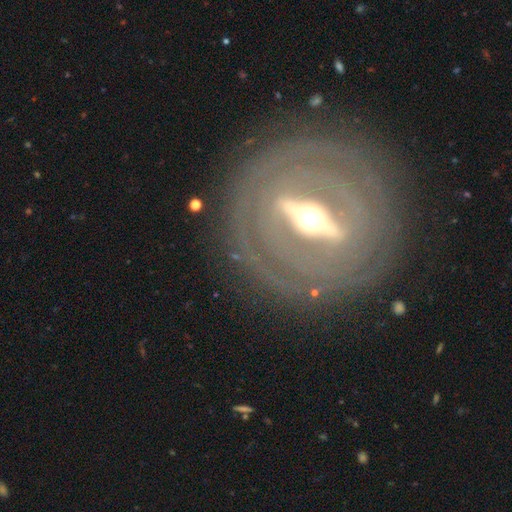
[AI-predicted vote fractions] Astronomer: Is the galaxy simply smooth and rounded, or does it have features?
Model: featured or disk — 88%.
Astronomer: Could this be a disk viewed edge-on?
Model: no — 65%.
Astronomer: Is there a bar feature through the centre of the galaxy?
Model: strong — 81%.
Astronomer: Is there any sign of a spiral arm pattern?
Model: yes — 56% (runner-up: no, 44%).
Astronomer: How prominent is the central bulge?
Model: moderate — 72%.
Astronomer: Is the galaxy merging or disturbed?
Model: none — 86%.